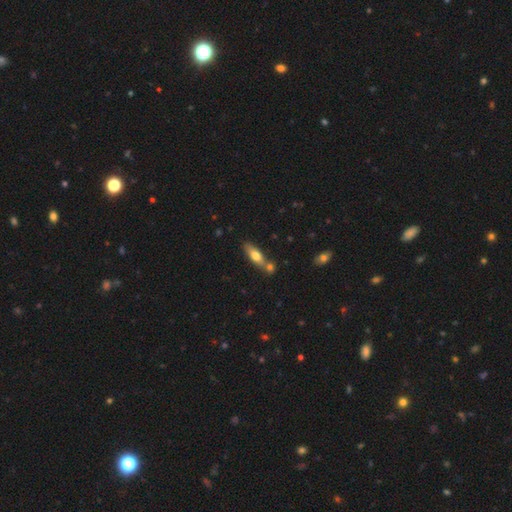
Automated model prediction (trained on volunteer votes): A smooth galaxy with no disk features (65%) that is in between round and cigar-shaped (49%). Merging: none (60%).